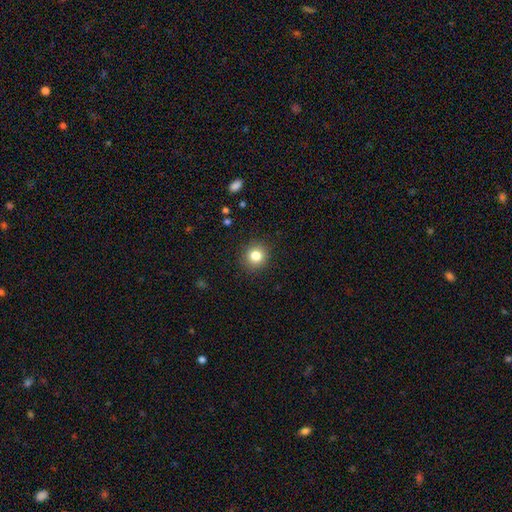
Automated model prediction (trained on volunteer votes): Smooth or featured? smooth (81%)
How rounded? round (91%)
Merging? none (91%)